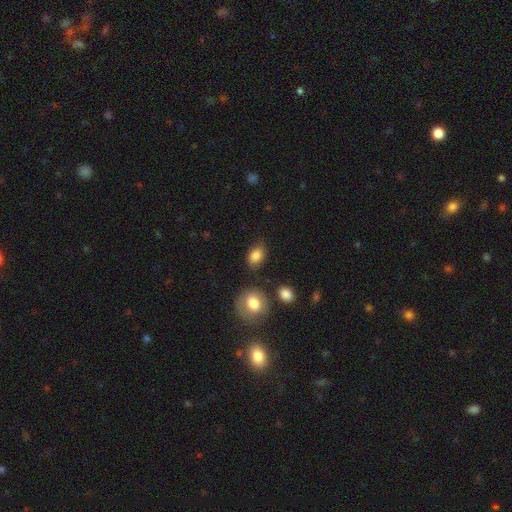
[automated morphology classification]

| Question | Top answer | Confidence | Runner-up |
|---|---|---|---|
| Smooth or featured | smooth | 85% | star or artifact (9%) |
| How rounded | in between | 80% | round (19%) |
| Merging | none | 76% | minor disturbance (16%) |